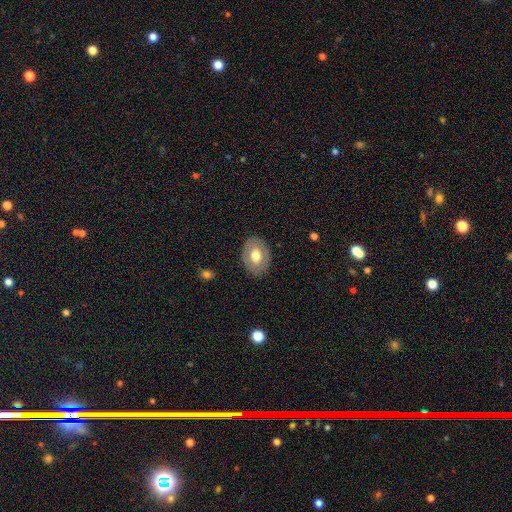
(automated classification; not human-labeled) smooth 62%, featured or disk 32%, star or artifact 6%. Down the decision tree: how rounded — in between (73%); merging — none (86%).